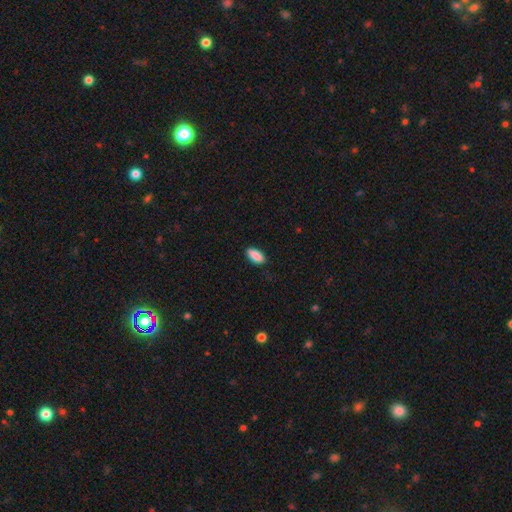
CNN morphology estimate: A smooth galaxy with no disk features (89%) that is in between round and cigar-shaped (88%). Merging: none (85%).